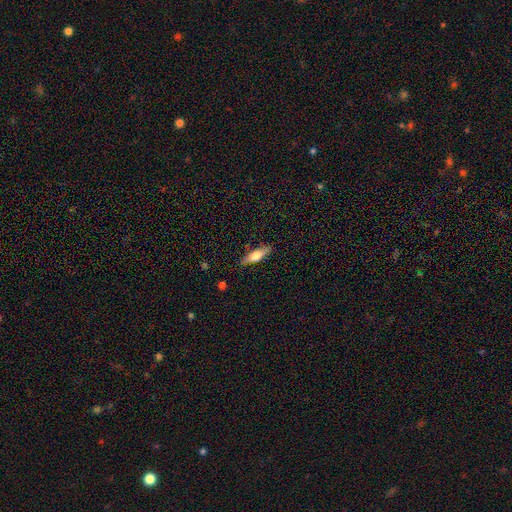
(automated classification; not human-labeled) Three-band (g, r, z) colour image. It shows a smooth galaxy with no disk features (52%) that is cigar-shaped (56%). Merging: none (86%).